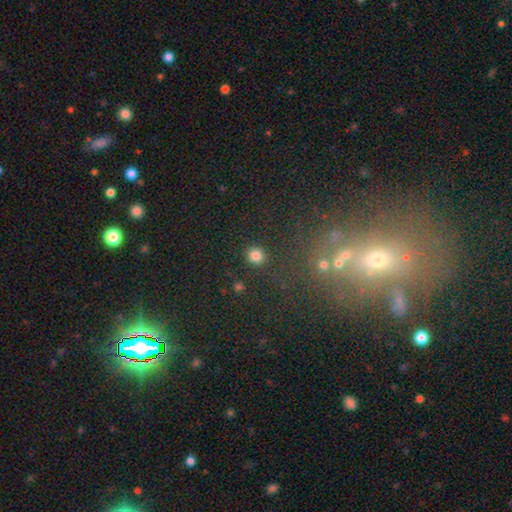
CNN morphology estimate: smooth_or_featured: smooth (p=0.82) [alt: star or artifact p=0.14]
how_rounded: round (p=0.85) [alt: in between p=0.14]
merging: none (p=0.89) [alt: minor disturbance p=0.07]